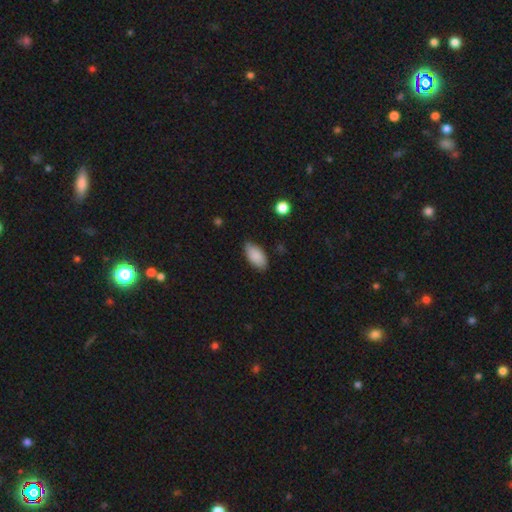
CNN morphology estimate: Q: Smooth or featured?
A: smooth (87%); runner-up: star or artifact (7%)
Q: How rounded?
A: in between (92%); runner-up: cigar-shaped (5%)
Q: Merging?
A: none (79%); runner-up: minor disturbance (17%)